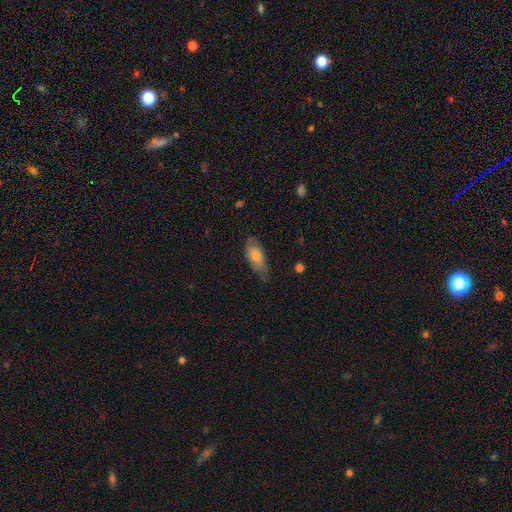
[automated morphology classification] This is likely a smooth galaxy (69%). How rounded: clearly in between (82%). Merging: possibly none (57%).